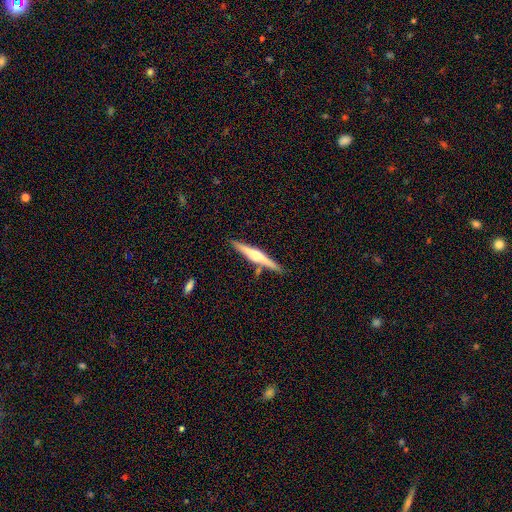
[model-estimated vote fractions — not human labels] featured or disk 68%, smooth 26%, star or artifact 5%. Down the decision tree: edge-on disk — yes (98%); edge-on bulge — rounded (88%); merging — none (84%).